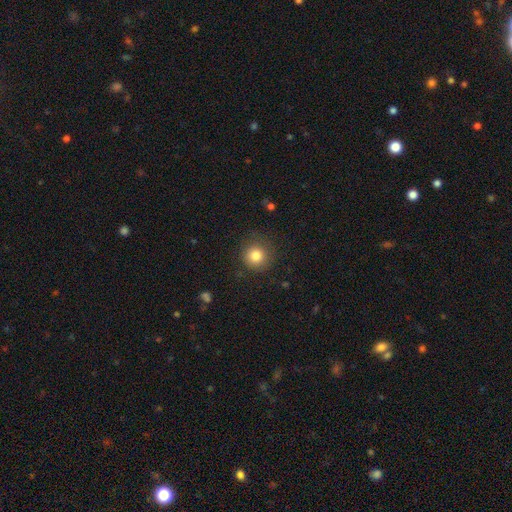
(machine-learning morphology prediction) Smooth or featured: smooth — 83% (star or artifact — 11%)
How rounded: round — 93% (in between — 6%)
Merging: none — 84% (minor disturbance — 10%)